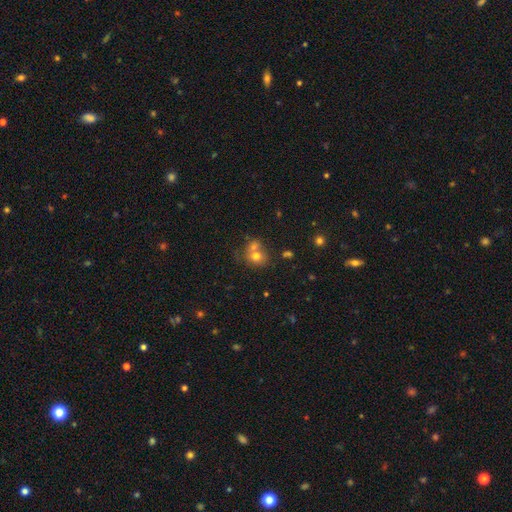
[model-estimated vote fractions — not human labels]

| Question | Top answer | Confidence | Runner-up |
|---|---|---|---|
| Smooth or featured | smooth | 72% | featured or disk (15%) |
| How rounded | round | 67% | in between (32%) |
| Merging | merger | 51% | none (35%) |